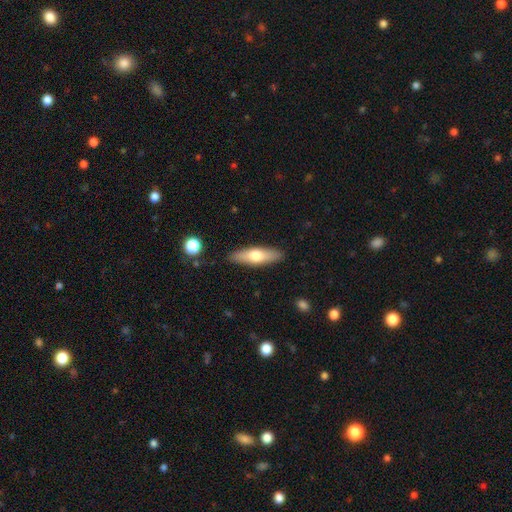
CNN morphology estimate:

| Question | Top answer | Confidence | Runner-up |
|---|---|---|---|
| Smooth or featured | smooth | 58% | featured or disk (36%) |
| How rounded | cigar-shaped | 59% | in between (39%) |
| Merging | none | 88% | minor disturbance (8%) |